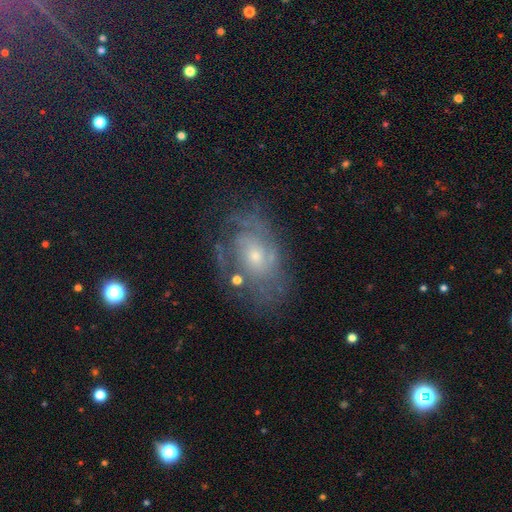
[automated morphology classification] Smooth or featured: featured or disk — 74% (smooth — 16%)
Edge-on disk: no — 96% (yes — 4%)
Bar: no — 73% (weak — 23%)
Spiral arms: yes — 82% (no — 18%)
Spiral winding: tight — 53% (medium — 35%)
Spiral arm count: can't tell — 49% (2 — 24%)
Bulge size: small — 58% (moderate — 37%)
Merging: none — 65% (minor disturbance — 20%)